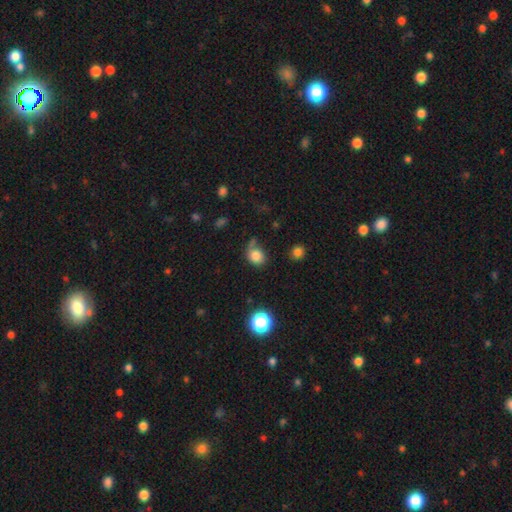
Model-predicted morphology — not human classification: A smooth galaxy with no disk features (80%) that is round (65%).

Vote fractions:
- Smooth or featured? smooth: 80% / star or artifact: 11% / featured or disk: 9%
- How rounded? round: 65% / in between: 34% / cigar-shaped: 1%
- Merging? none: 53% / minor disturbance: 23% / major disturbance: 14% / merger: 10%